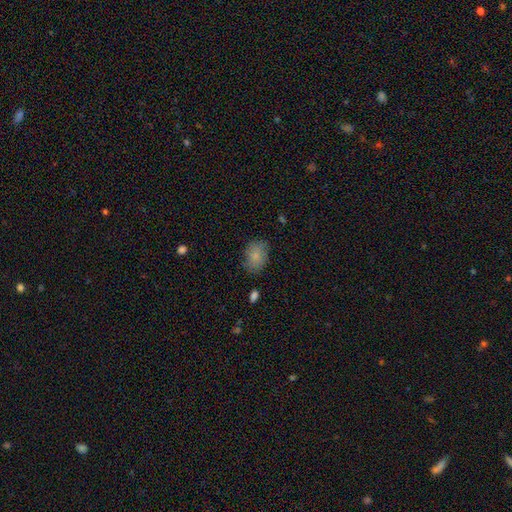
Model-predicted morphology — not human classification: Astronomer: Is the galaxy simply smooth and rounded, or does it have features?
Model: smooth — 82%.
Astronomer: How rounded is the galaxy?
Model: in between — 73%.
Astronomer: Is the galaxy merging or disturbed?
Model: none — 75%.